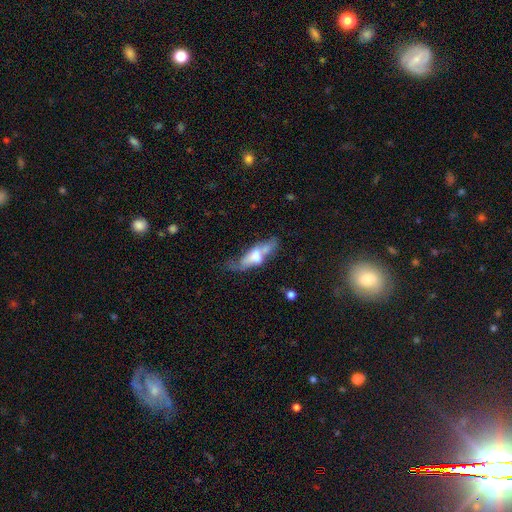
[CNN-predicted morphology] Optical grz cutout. It shows a smooth galaxy with no disk features (48%). Merging: none (27%).